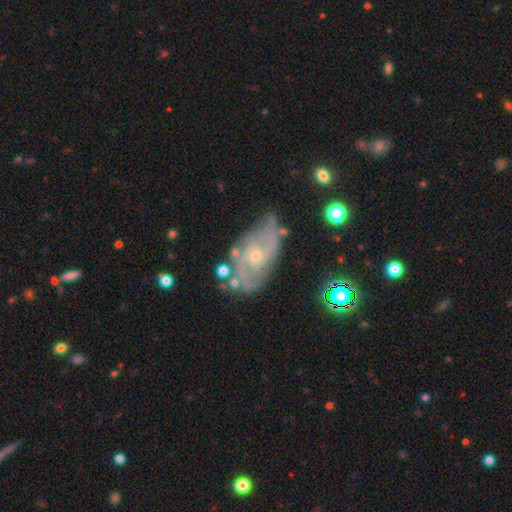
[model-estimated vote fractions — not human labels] This appears to be a featured or disk galaxy (83%) with no bar (62%), 2 (55%) tight (50%) spiral arms (93%) and a small central bulge (59%). Merging: none (61%).